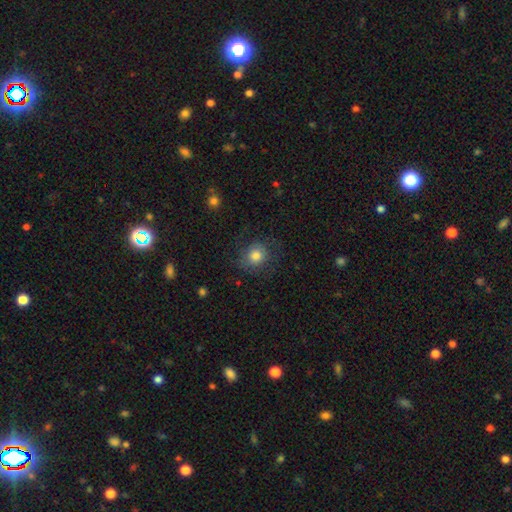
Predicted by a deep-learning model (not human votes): smooth_or_featured: smooth (p=0.72) [alt: featured or disk p=0.18]
how_rounded: round (p=0.86) [alt: in between p=0.13]
merging: none (p=0.73) [alt: minor disturbance p=0.15]